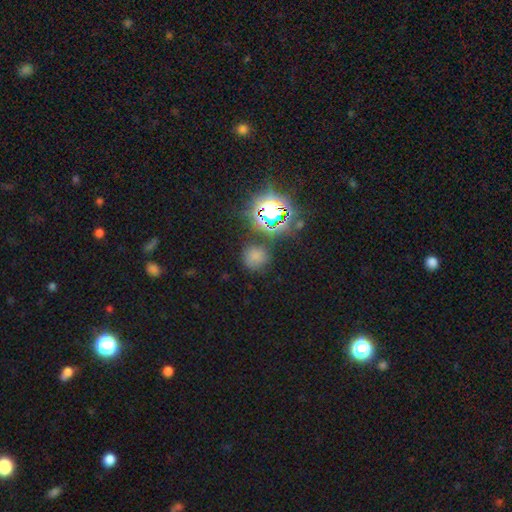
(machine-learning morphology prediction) smooth_or_featured: smooth (p=0.62) [alt: star or artifact p=0.31]
how_rounded: round (p=0.88) [alt: in between p=0.11]
merging: none (p=0.76) [alt: minor disturbance p=0.13]